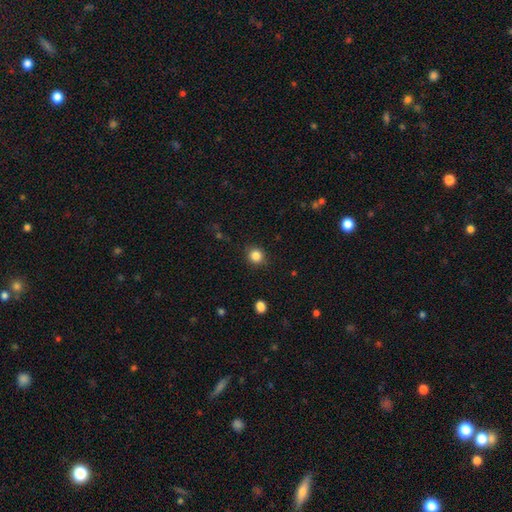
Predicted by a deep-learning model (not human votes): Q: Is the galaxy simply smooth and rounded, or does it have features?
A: smooth — 84%.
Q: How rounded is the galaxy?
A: round — 88%.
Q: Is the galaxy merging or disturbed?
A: none — 89%.